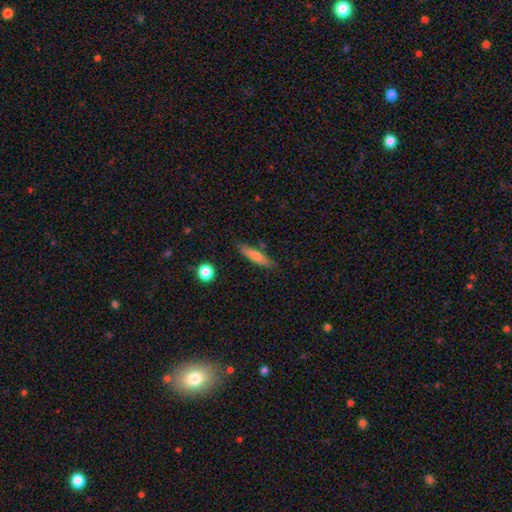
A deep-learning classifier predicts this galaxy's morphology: Q: Smooth or featured?
A: smooth (69%); runner-up: featured or disk (24%)
Q: How rounded?
A: cigar-shaped (81%); runner-up: in between (17%)
Q: Merging?
A: none (82%); runner-up: minor disturbance (13%)